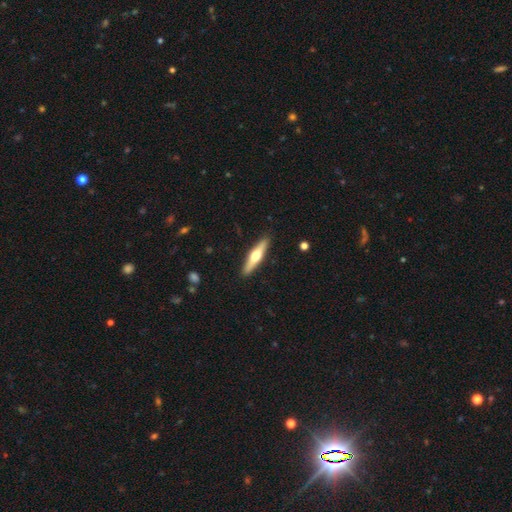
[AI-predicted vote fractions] smooth-or-featured: featured or disk: 55% | smooth: 40% | star or artifact: 5%
  disk-edge-on: yes: 94% | no: 6%
    edge-on-bulge: rounded: 94% | none: 3% | boxy: 3%
  merging: none: 91% | minor disturbance: 7% | major disturbance: 1% | merger: 1%